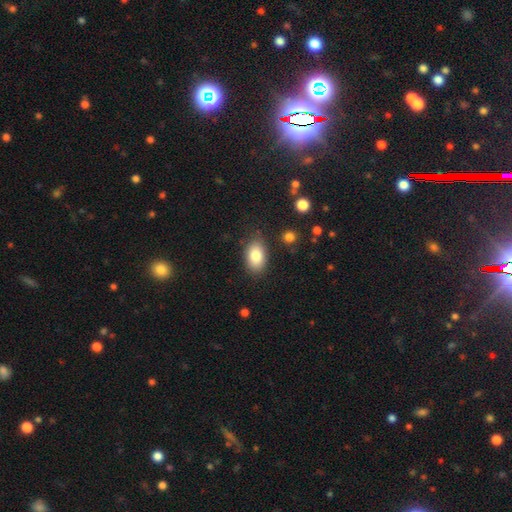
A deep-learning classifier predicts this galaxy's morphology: smooth 84%, featured or disk 9%, star or artifact 7%. Down the decision tree: how rounded — in between (90%); merging — none (82%).